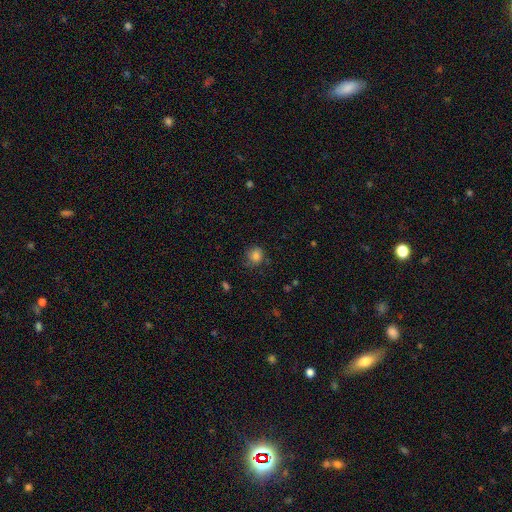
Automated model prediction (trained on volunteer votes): Smooth or featured: smooth — 80% (star or artifact — 12%)
How rounded: round — 78% (in between — 21%)
Merging: none — 70% (minor disturbance — 21%)